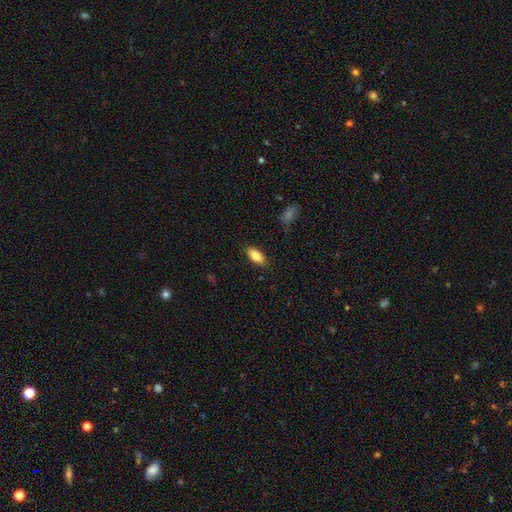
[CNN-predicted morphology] smooth_or_featured: smooth (p=0.81) [alt: featured or disk p=0.12]
how_rounded: in between (p=0.85) [alt: cigar-shaped p=0.13]
merging: none (p=0.87) [alt: minor disturbance p=0.10]